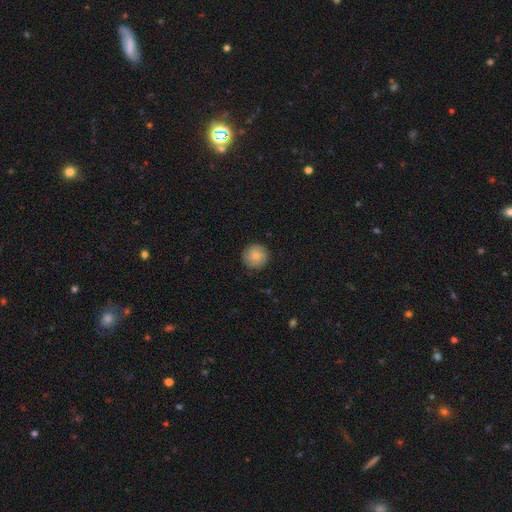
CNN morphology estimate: Smooth or featured?
  - smooth: 74% *
  - featured or disk: 19%
  - star or artifact: 7%
How rounded?
  - round: 95% *
  - in between: 4%
  - cigar-shaped: 1%
Merging?
  - none: 87% *
  - minor disturbance: 9%
  - major disturbance: 2%
  - merger: 1%